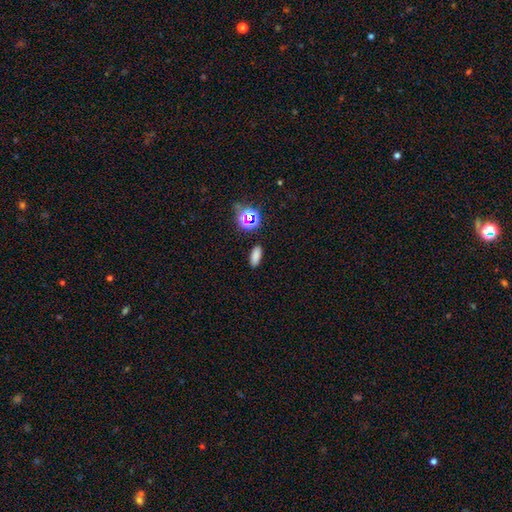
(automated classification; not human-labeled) A smooth galaxy with no disk features (79%) that is in between round and cigar-shaped (79%). Merging: none (89%).